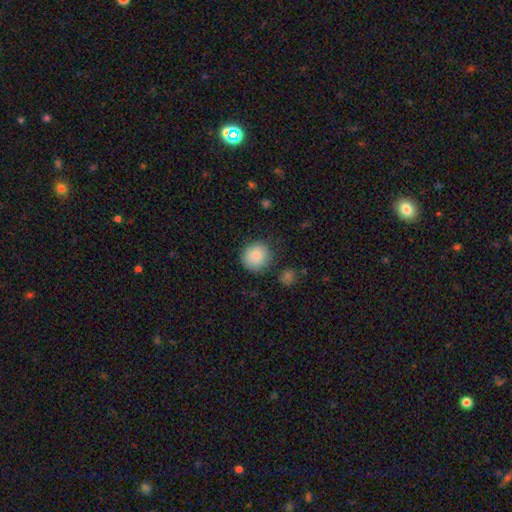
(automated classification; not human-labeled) This is clearly a smooth galaxy (85%). How rounded: clearly round (91%). Merging: clearly none (82%).